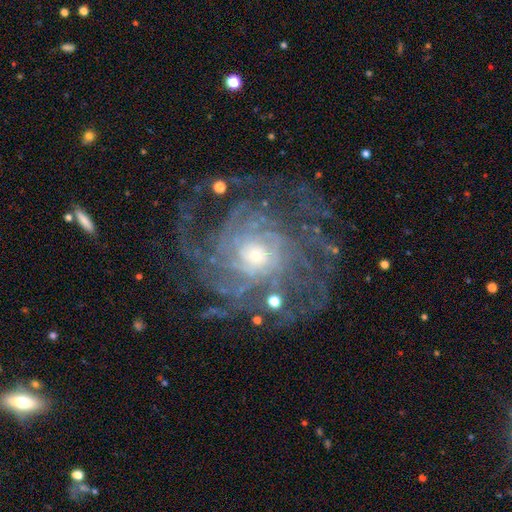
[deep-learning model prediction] Morphology: type=featured or disk (89%); edge-on=no (98%); bar=no (77%); spiral arms=yes (96%); winding=tight (62%); arm count=can't tell (25%); bulge=small (60%); merging=none (67%).